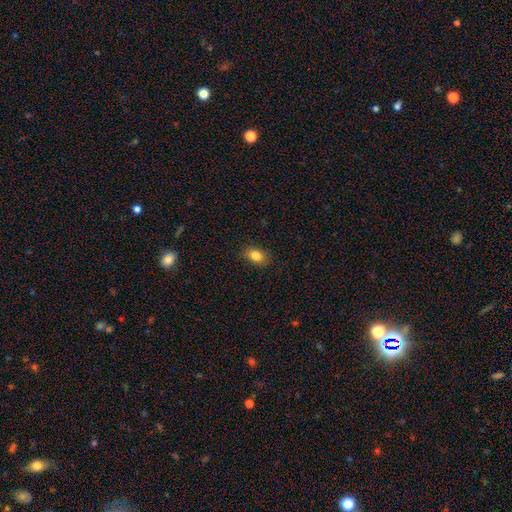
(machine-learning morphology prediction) Q: Smooth or featured?
A: smooth (84%); runner-up: star or artifact (9%)
Q: How rounded?
A: in between (79%); runner-up: round (20%)
Q: Merging?
A: none (86%); runner-up: minor disturbance (11%)